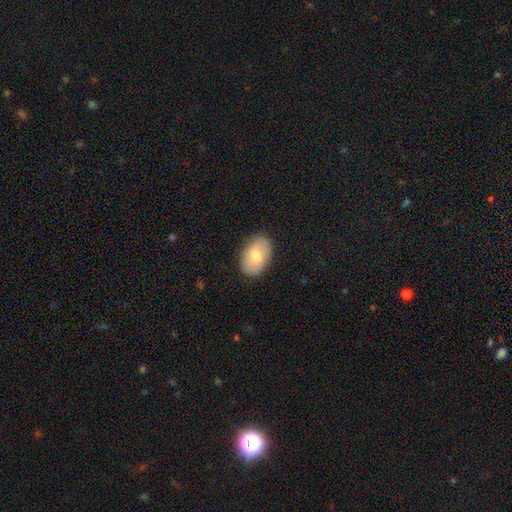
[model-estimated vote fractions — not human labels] Smooth or featured? smooth (67%)
How rounded? in between (88%)
Merging? none (87%)